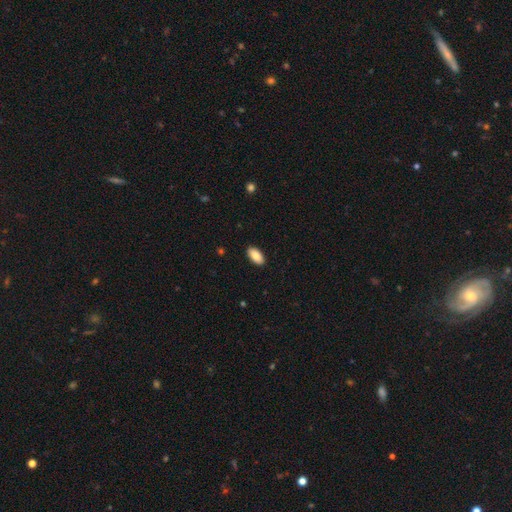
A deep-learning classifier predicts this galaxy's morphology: type=smooth (88%); roundness=in between (94%); merging=none (90%).